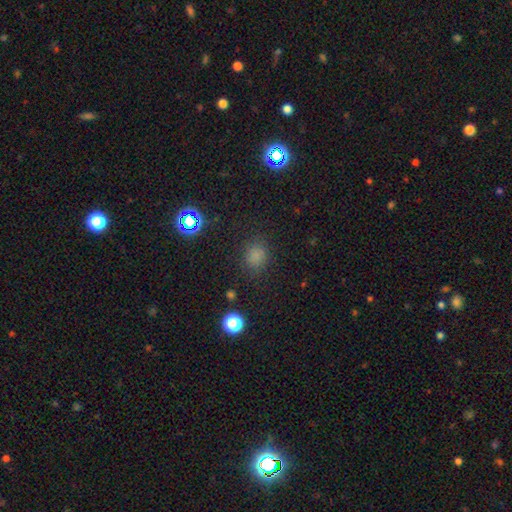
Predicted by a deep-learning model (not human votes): Smooth or featured? smooth (76%)
How rounded? round (76%)
Merging? none (85%)